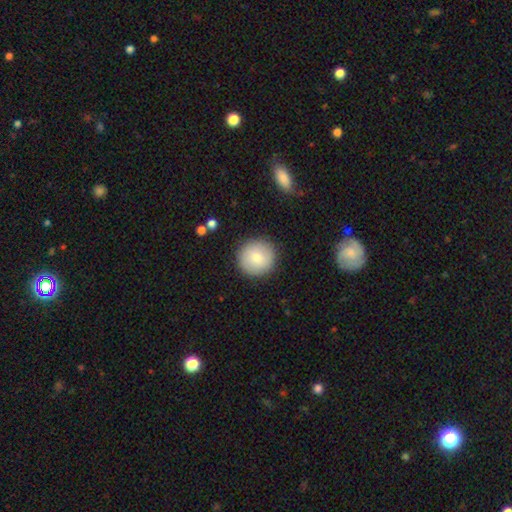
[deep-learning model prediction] Smooth or featured? Predicted: smooth (p=0.80). How rounded? Predicted: round (p=0.95). Merging? Predicted: none (p=0.90).